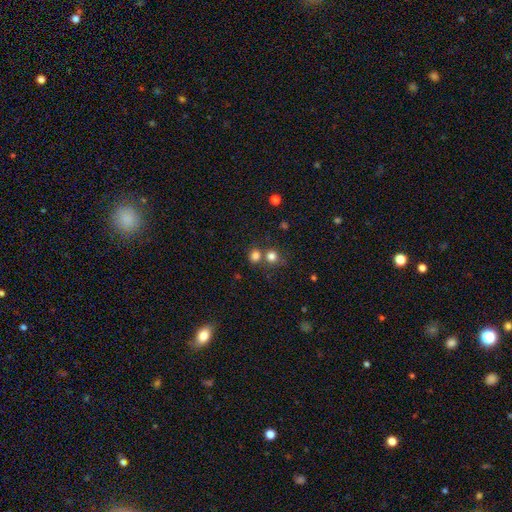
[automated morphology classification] The model was most divided on "merging": none: 59%, merger: 30%, minor disturbance: 7%, major disturbance: 3%. More confident: how rounded — round (84%); smooth or featured — smooth (79%).